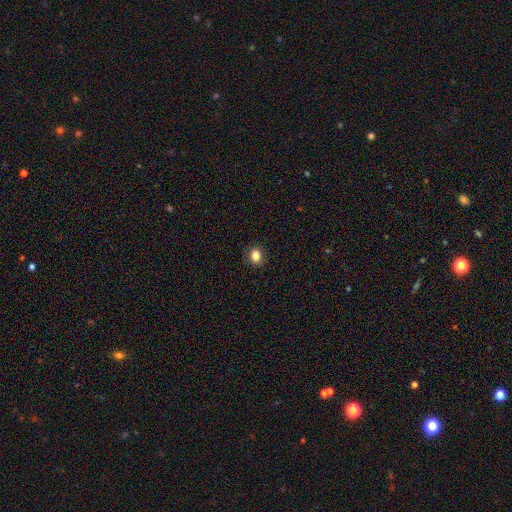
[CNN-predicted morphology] This is clearly a smooth galaxy (85%). How rounded: possibly in between (53%). Merging: clearly none (89%).